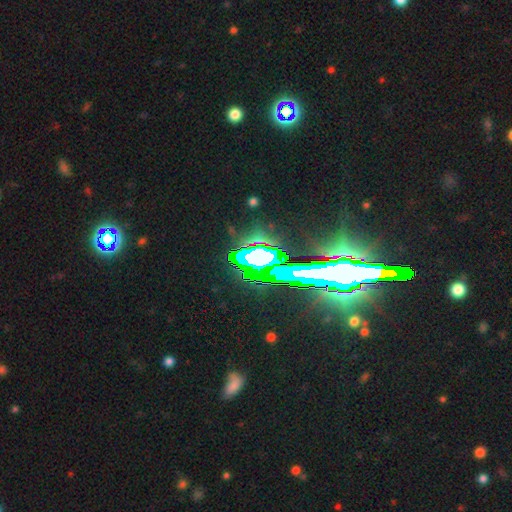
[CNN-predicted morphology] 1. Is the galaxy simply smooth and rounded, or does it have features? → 66% star or artifact, 19% featured or disk, 15% smooth.